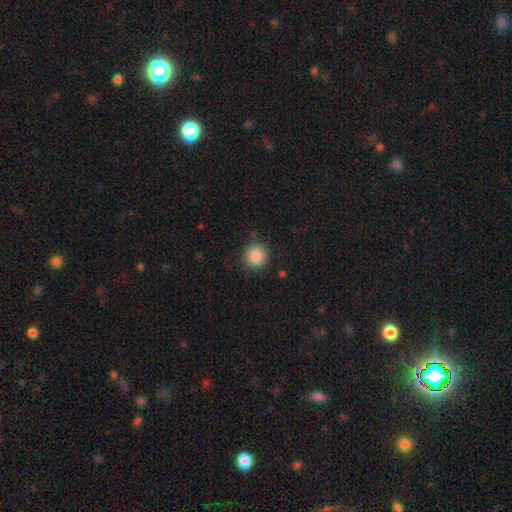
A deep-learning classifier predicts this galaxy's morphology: Q: Smooth or featured?
A: smooth (87%); runner-up: star or artifact (9%)
Q: How rounded?
A: round (93%); runner-up: in between (6%)
Q: Merging?
A: none (88%); runner-up: minor disturbance (8%)